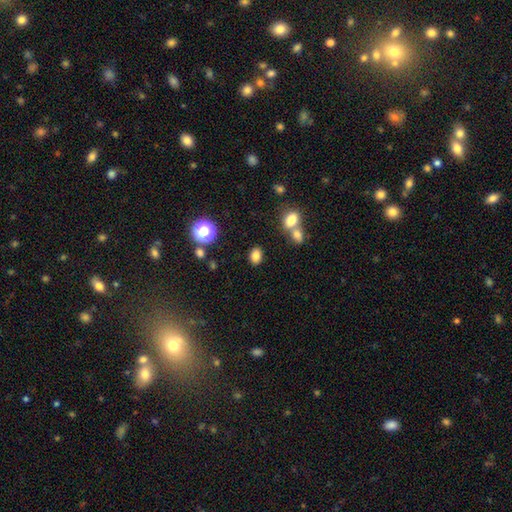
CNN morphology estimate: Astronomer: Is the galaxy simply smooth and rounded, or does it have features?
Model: smooth — 81%.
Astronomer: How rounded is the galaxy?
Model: in between — 73%.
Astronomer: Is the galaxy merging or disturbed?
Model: none — 81%.